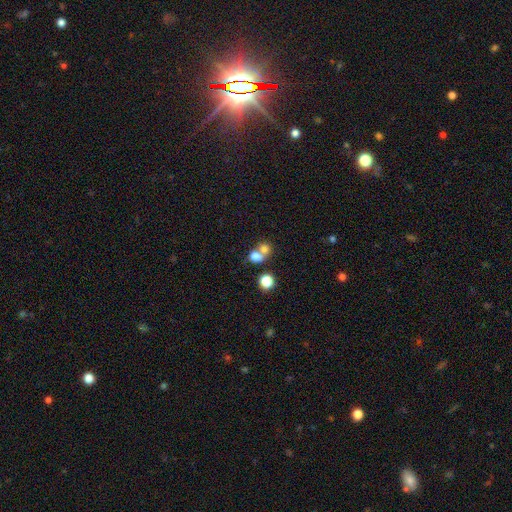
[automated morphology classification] smooth 74%, featured or disk 14%, star or artifact 12%. Down the decision tree: how rounded — round (66%); merging — merger (61%).